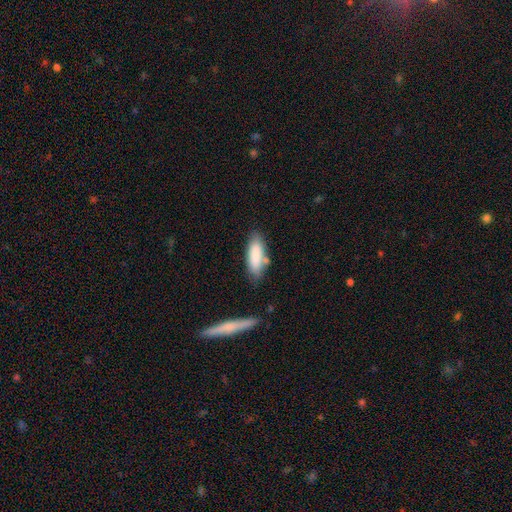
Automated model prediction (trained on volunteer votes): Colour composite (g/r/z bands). It shows a smooth galaxy with no disk features (85%) that is in between round and cigar-shaped (63%). Merging: none (68%).